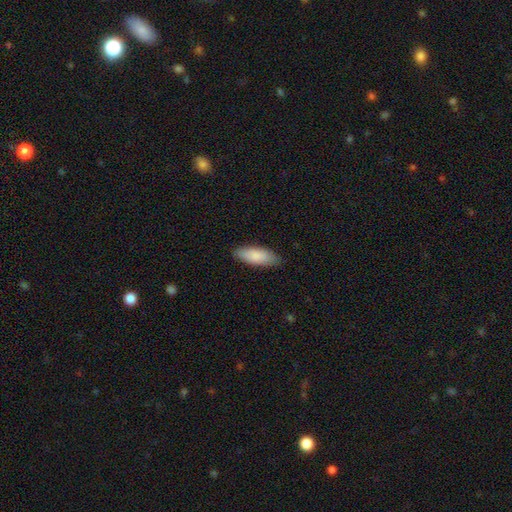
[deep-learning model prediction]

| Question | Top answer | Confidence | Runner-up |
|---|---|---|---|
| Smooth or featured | smooth | 87% | featured or disk (8%) |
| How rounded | in between | 66% | cigar-shaped (32%) |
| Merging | none | 84% | minor disturbance (12%) |